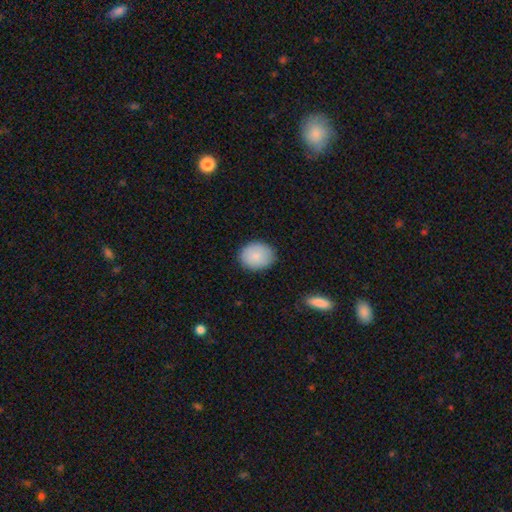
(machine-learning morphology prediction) The model was most divided on "how rounded": in between: 52%, round: 47%, cigar-shaped: 1%. More confident: smooth or featured — smooth (87%); merging — none (85%).